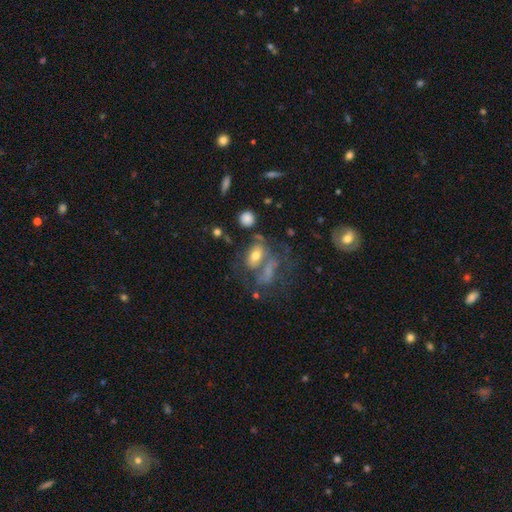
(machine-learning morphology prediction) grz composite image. It shows a smooth galaxy with no disk features (55%) that is in between round and cigar-shaped (79%). Merging: none (33%).